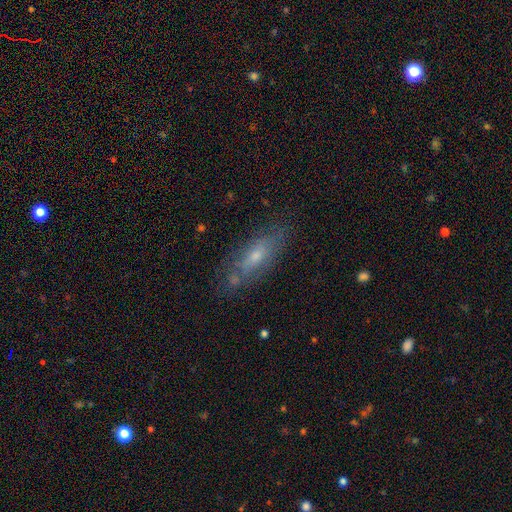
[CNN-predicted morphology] A smooth galaxy with no disk features (45%, tied with featured or disk). Merging: none (68%).